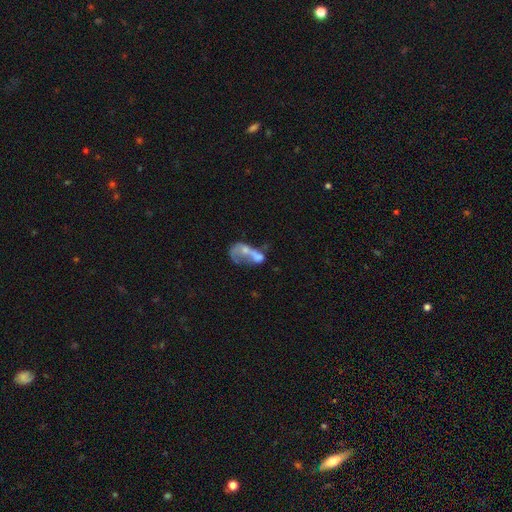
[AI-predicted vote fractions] A featured or disk galaxy (48%). Merging: merger (44%).